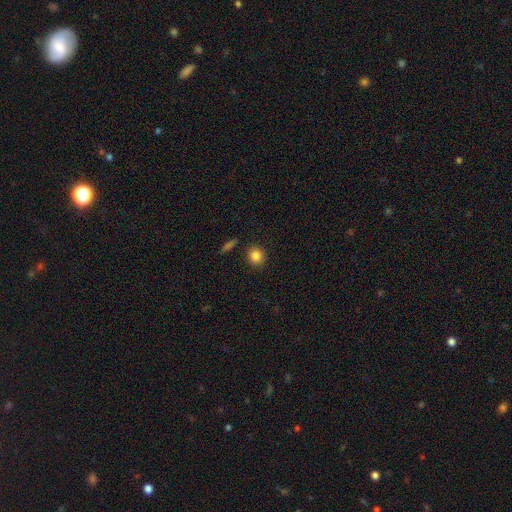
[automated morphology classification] Q: Smooth or featured?
A: smooth (85%); runner-up: star or artifact (10%)
Q: How rounded?
A: round (82%); runner-up: in between (17%)
Q: Merging?
A: none (89%); runner-up: minor disturbance (7%)